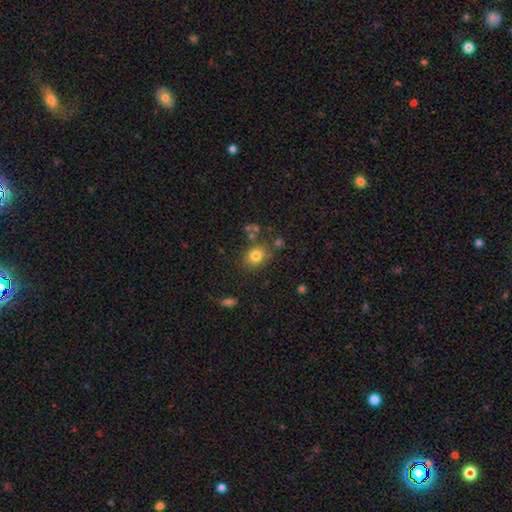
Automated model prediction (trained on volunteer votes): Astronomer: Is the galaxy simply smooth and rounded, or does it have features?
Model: smooth — 80%.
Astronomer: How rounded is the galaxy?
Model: round — 64%.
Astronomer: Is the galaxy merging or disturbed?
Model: none — 74%.